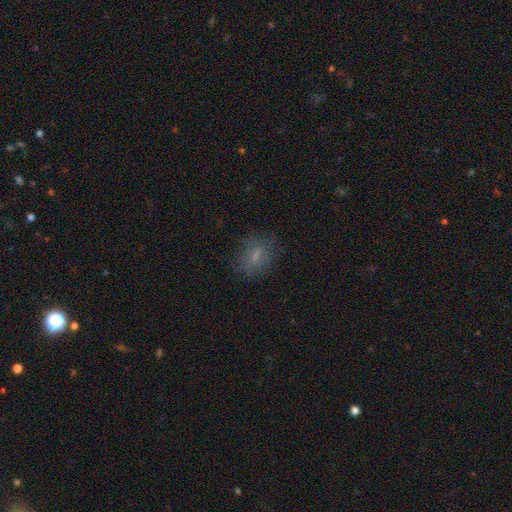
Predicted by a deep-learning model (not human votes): This appears to be a smooth galaxy with no disk features (63%) that is in between round and cigar-shaped (62%). Merging: none (73%).